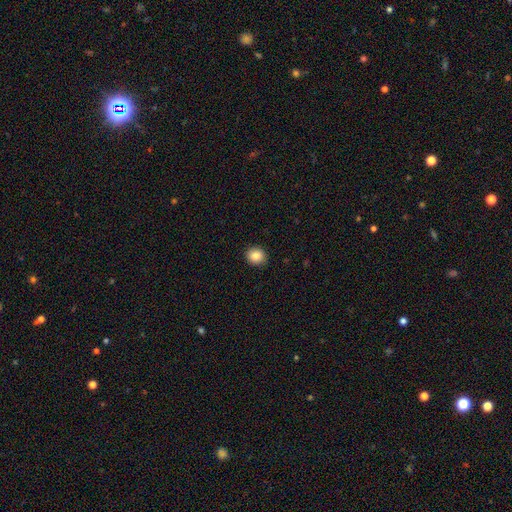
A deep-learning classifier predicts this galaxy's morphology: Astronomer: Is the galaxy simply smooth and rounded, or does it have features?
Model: smooth — 86%.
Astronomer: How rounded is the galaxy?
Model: round — 80%.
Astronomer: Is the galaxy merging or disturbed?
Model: none — 91%.